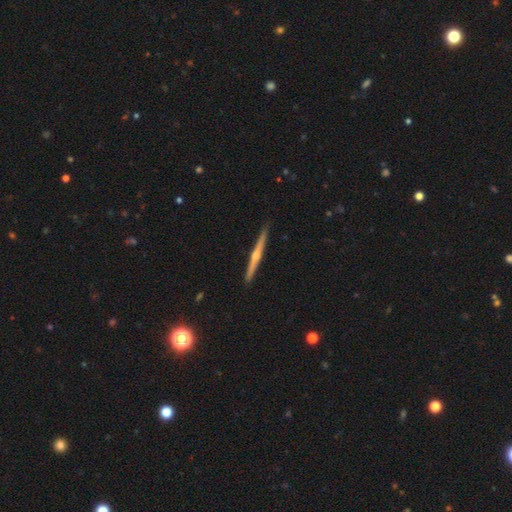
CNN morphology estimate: type=featured or disk (79%); edge-on=yes (98%); edge-on bulge=rounded (87%); merging=none (92%).